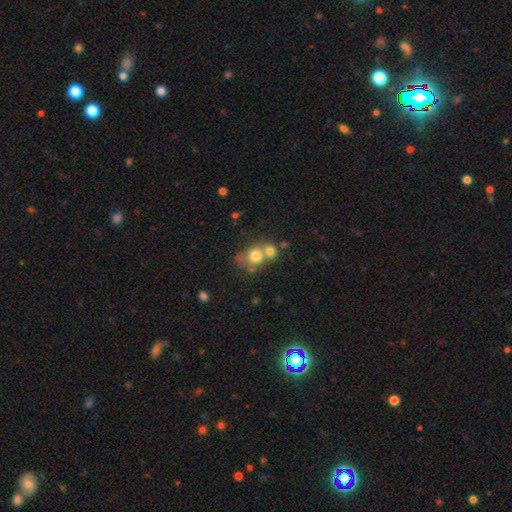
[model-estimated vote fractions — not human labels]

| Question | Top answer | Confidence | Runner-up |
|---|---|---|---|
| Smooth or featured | smooth | 72% | featured or disk (16%) |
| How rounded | round | 72% | in between (27%) |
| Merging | merger | 56% | none (32%) |